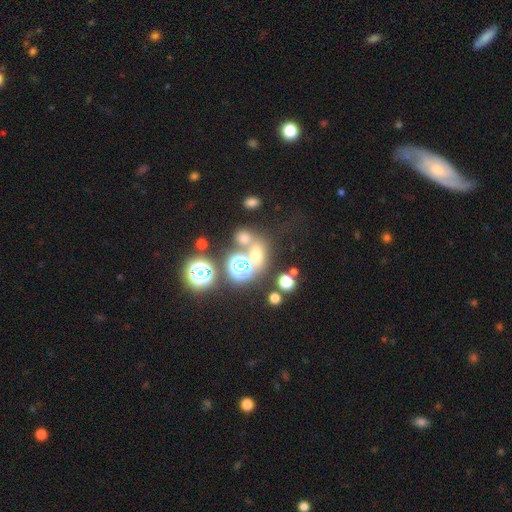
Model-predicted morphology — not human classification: Smooth or featured? Predicted: smooth (p=0.54). How rounded? Predicted: round (p=0.57). Merging? Predicted: none (p=0.47).